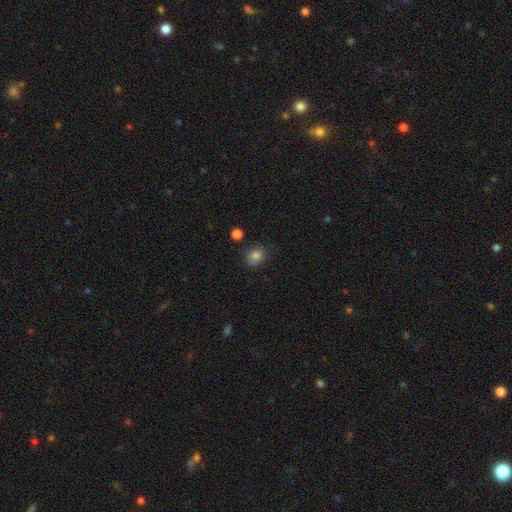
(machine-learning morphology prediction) A smooth galaxy with no disk features (82%) that is round (63%).

Vote fractions:
- Smooth or featured? smooth: 82% / star or artifact: 11% / featured or disk: 6%
- How rounded? round: 63% / in between: 36% / cigar-shaped: 1%
- Merging? none: 79% / minor disturbance: 15% / major disturbance: 3% / merger: 3%